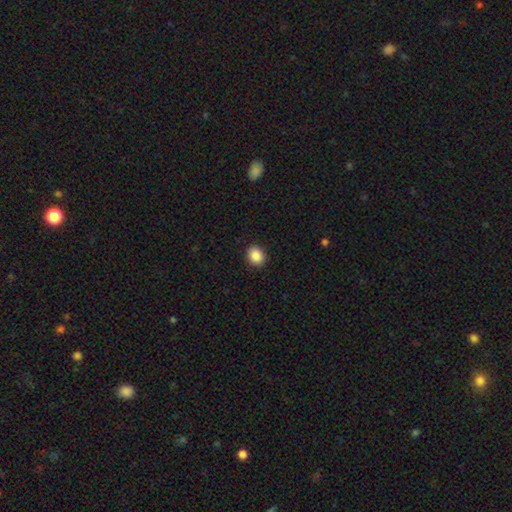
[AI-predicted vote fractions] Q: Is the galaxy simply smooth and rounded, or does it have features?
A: smooth — 88%.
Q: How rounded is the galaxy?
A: round — 66%.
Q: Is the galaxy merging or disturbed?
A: none — 91%.